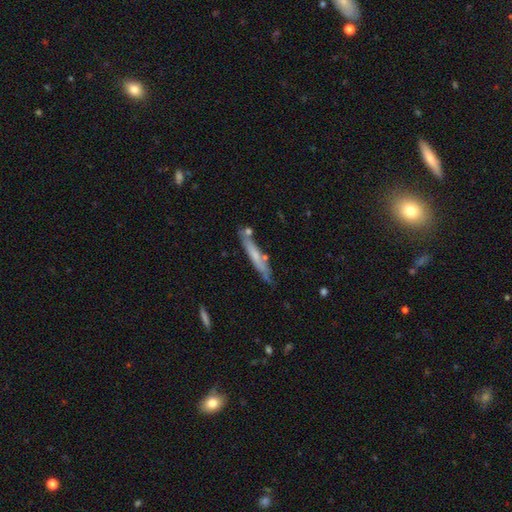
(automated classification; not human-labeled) A smooth galaxy with no disk features (52%) that is cigar-shaped (93%).

Vote fractions:
- Smooth or featured? smooth: 52% / featured or disk: 41% / star or artifact: 7%
- How rounded? cigar-shaped: 93% / in between: 6% / round: 1%
- Merging? none: 71% / minor disturbance: 19% / merger: 7% / major disturbance: 4%